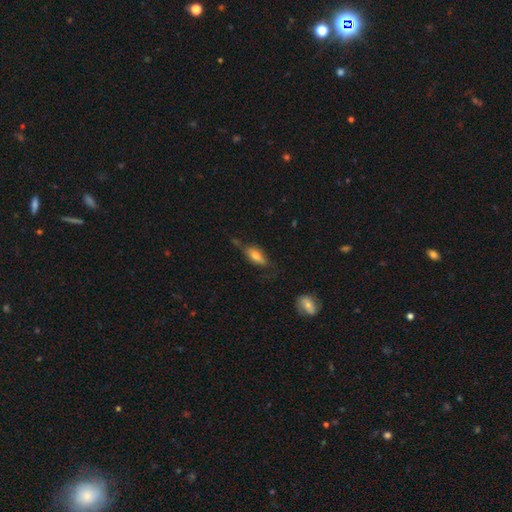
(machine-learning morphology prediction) Overall: smooth (61%; featured or disk 31%). How rounded: in between (72%). Merging: none (55%; minor disturbance 29%).